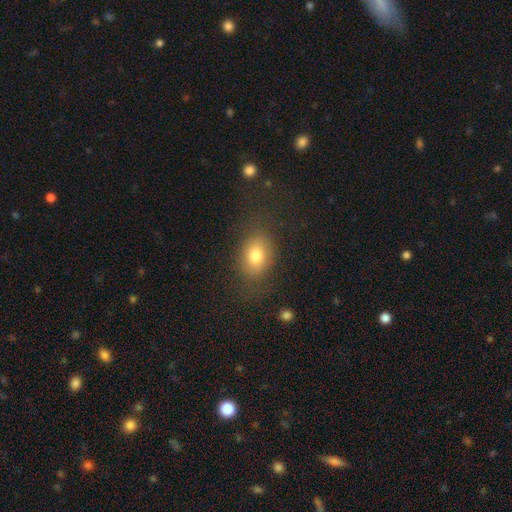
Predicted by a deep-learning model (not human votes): Smooth or featured?
  - smooth: 78% *
  - featured or disk: 12%
  - star or artifact: 10%
How rounded?
  - in between: 72% *
  - round: 26%
  - cigar-shaped: 1%
Merging?
  - none: 76% *
  - minor disturbance: 14%
  - major disturbance: 8%
  - merger: 2%